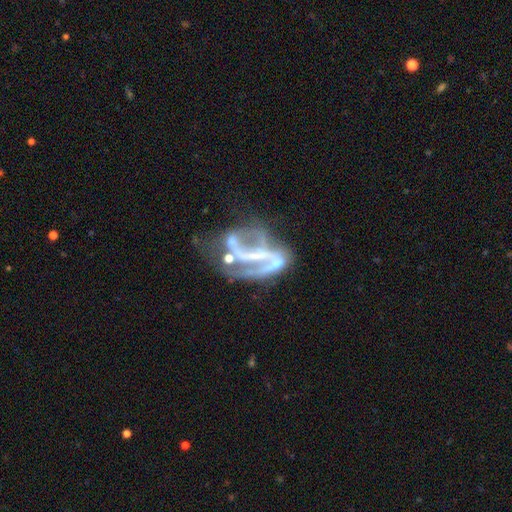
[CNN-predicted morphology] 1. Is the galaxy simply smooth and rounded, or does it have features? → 79% featured or disk, 12% star or artifact, 10% smooth.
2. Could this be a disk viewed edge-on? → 96% no, 4% yes.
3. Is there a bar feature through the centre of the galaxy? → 38% no, 36% strong, 26% weak.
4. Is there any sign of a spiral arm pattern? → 60% yes, 40% no.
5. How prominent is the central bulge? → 55% none, 29% small, 13% moderate, 2% large, 1% dominant.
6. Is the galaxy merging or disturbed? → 39% major disturbance, 25% merger, 23% none, 14% minor disturbance.